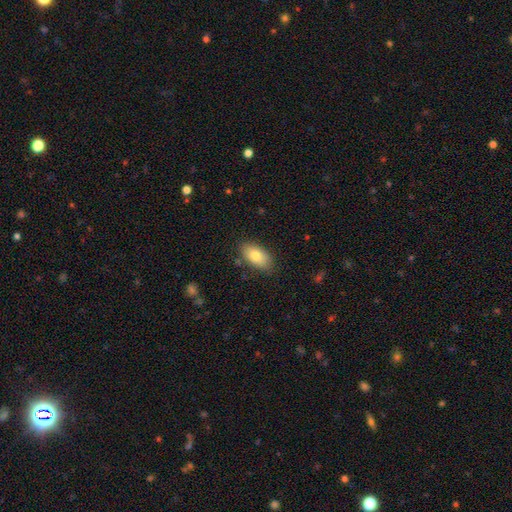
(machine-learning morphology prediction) Smooth or featured? smooth (79%)
How rounded? in between (92%)
Merging? none (83%)